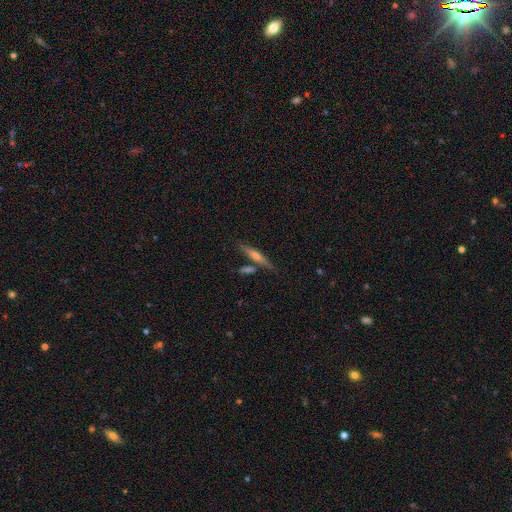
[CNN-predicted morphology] Smooth or featured? Predicted: featured or disk (p=0.59). Edge-on disk? Predicted: yes (p=0.95). Edge-on bulge? Predicted: rounded (p=0.77). Merging? Predicted: none (p=0.76).